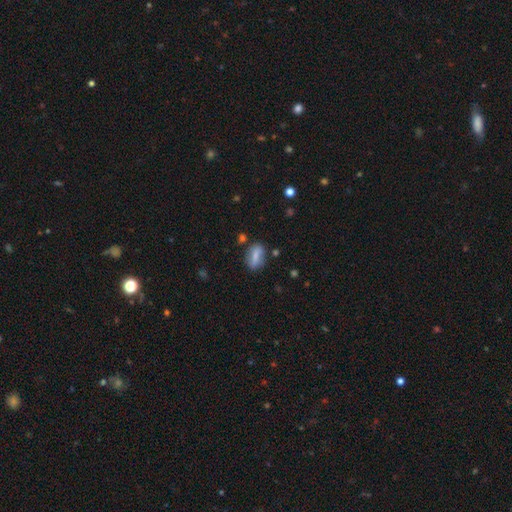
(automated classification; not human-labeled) This is likely a smooth galaxy (68%). How rounded: likely in between (79%). Merging: likely none (74%).